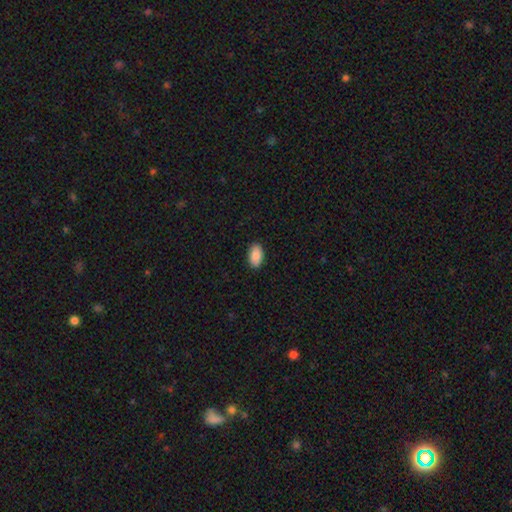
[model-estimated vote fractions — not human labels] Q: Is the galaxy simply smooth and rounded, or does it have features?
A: smooth — 89%.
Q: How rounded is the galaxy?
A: in between — 94%.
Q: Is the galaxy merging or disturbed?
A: none — 90%.